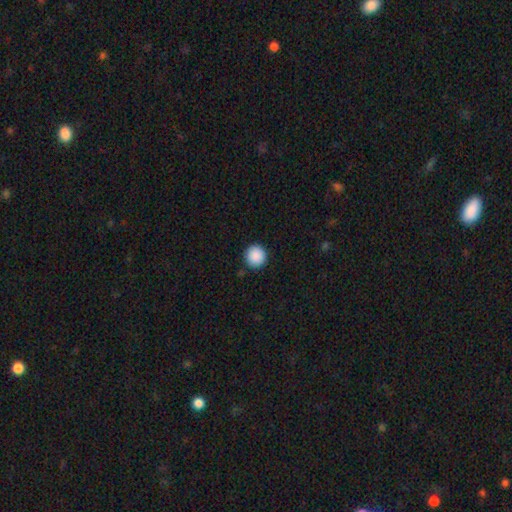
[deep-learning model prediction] This appears to be a smooth galaxy with no disk features (90%) that is round (96%). Merging: none (92%).